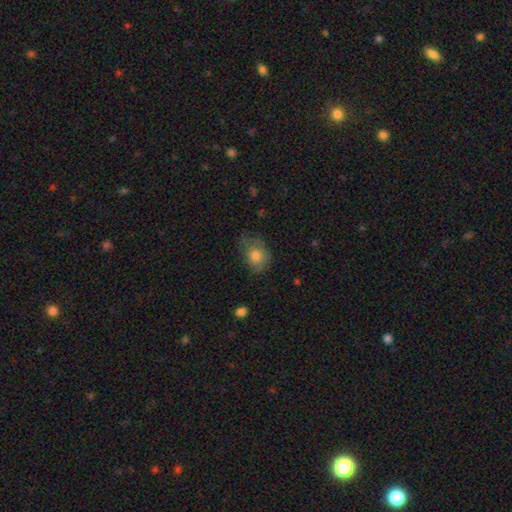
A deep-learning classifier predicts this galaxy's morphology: Overall: smooth (74%). How rounded: in between (52%; round 47%). Merging: none (55%; minor disturbance 30%).